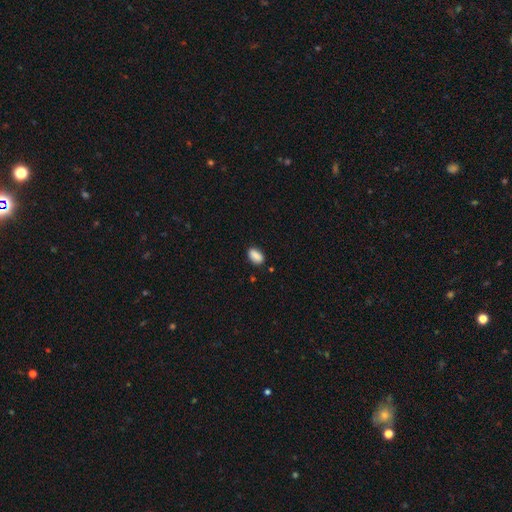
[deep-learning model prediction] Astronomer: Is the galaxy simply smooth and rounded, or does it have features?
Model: smooth — 88%.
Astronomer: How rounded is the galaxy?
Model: in between — 90%.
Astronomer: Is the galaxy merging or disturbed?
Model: none — 83%.